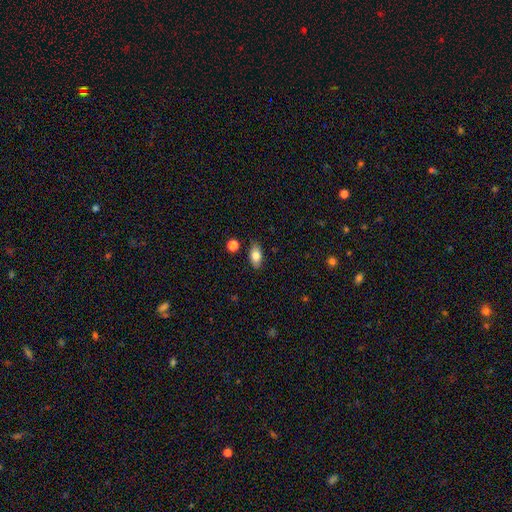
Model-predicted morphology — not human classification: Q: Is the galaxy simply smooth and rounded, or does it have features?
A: smooth — 79%.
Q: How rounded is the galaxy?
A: in between — 89%.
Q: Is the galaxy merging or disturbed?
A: none — 85%.